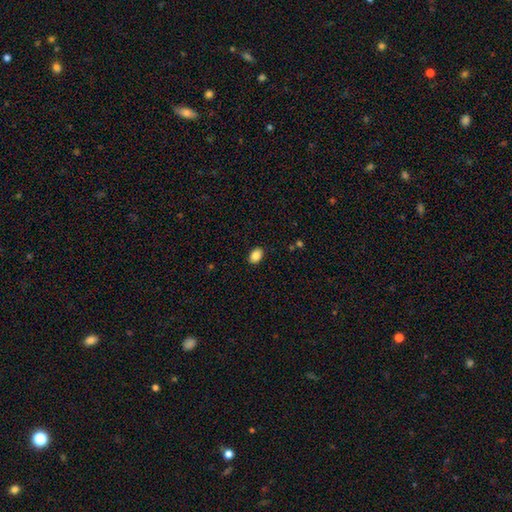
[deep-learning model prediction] This appears to be a smooth galaxy with no disk features (87%) that is in between round and cigar-shaped (85%). Merging: none (88%).